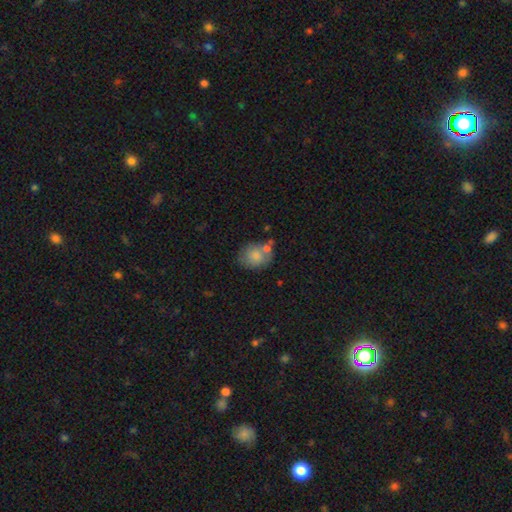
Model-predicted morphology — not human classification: Q: Smooth or featured?
A: smooth (78%); runner-up: featured or disk (14%)
Q: How rounded?
A: round (57%); runner-up: in between (42%)
Q: Merging?
A: none (50%); runner-up: merger (23%)